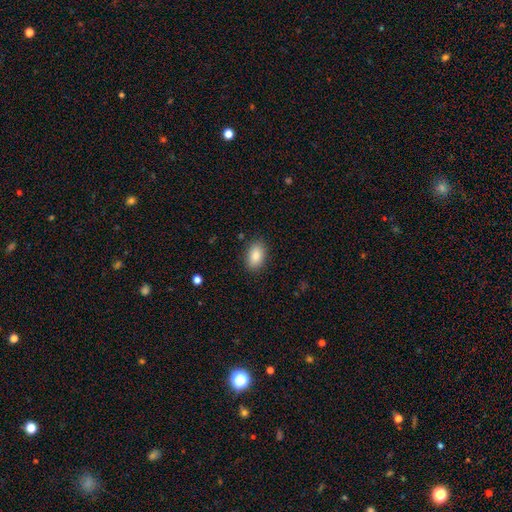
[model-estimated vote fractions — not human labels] Smooth or featured? smooth (86%)
How rounded? in between (89%)
Merging? none (87%)